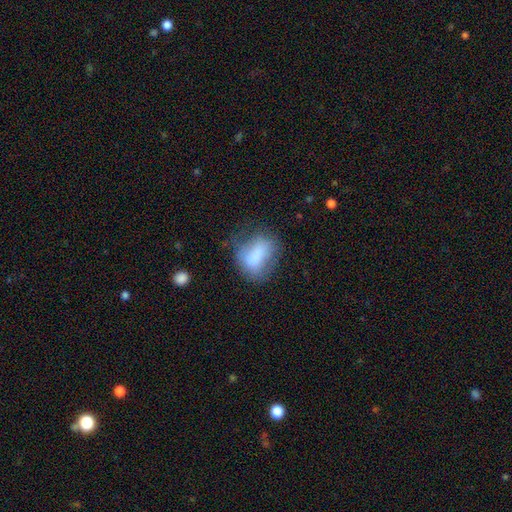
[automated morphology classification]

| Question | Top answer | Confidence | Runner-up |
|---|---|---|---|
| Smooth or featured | smooth | 70% | featured or disk (21%) |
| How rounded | in between | 75% | round (22%) |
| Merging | none | 45% | minor disturbance (29%) |